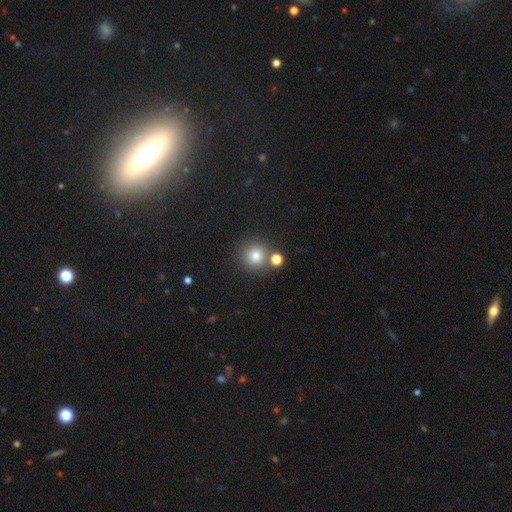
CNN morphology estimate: A smooth galaxy with no disk features (80%) that is round (92%).

Vote fractions:
- Smooth or featured? smooth: 80% / star or artifact: 13% / featured or disk: 7%
- How rounded? round: 92% / in between: 7% / cigar-shaped: 1%
- Merging? none: 74% / merger: 15% / minor disturbance: 8% / major disturbance: 3%